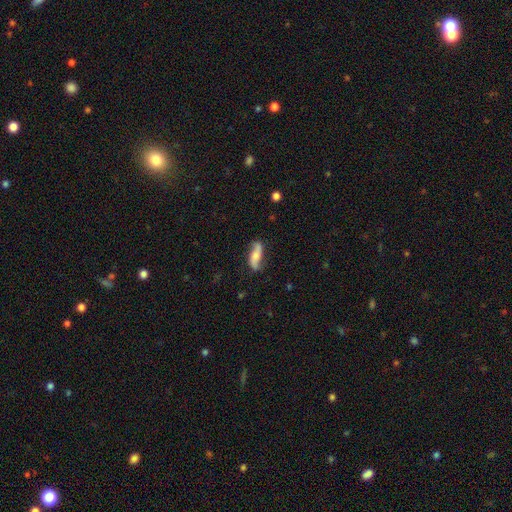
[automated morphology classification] This appears to be a featured or disk galaxy (57%). Merging: none (75%).